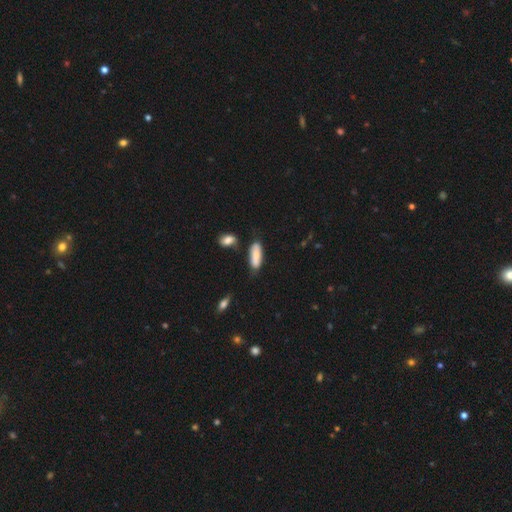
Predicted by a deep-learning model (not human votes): This is clearly a smooth galaxy (82%). How rounded: likely in between (61%). Merging: likely none (63%).